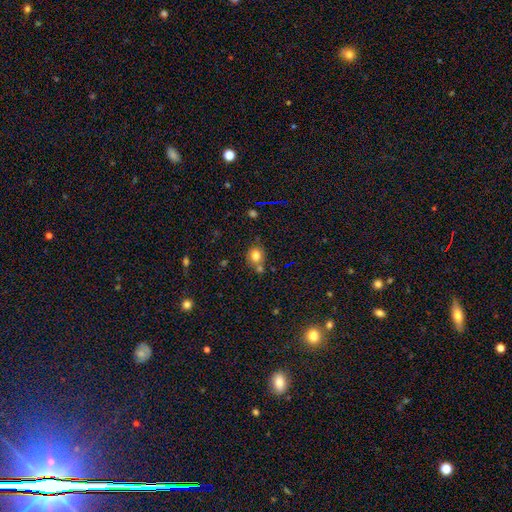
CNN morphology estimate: smooth_or_featured: smooth (p=0.79) [alt: star or artifact p=0.13]
how_rounded: round (p=0.76) [alt: in between p=0.23]
merging: none (p=0.61) [alt: merger p=0.23]